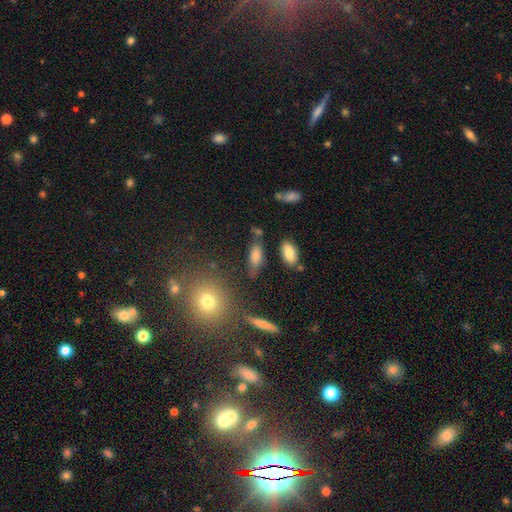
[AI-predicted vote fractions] Overall: smooth (74%). How rounded: in between (73%). Merging: none (64%).